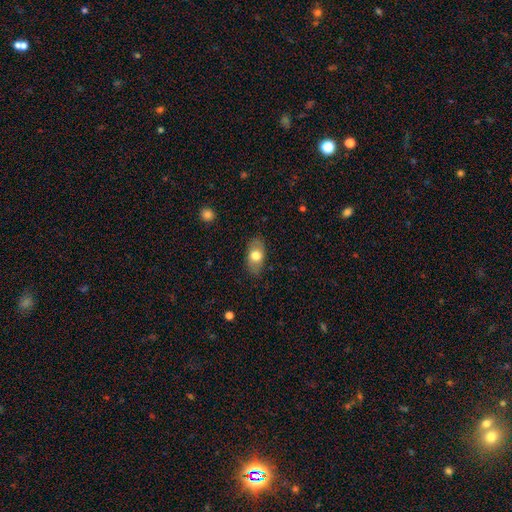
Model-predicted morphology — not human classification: type=smooth (71%); roundness=in between (90%); merging=none (82%).